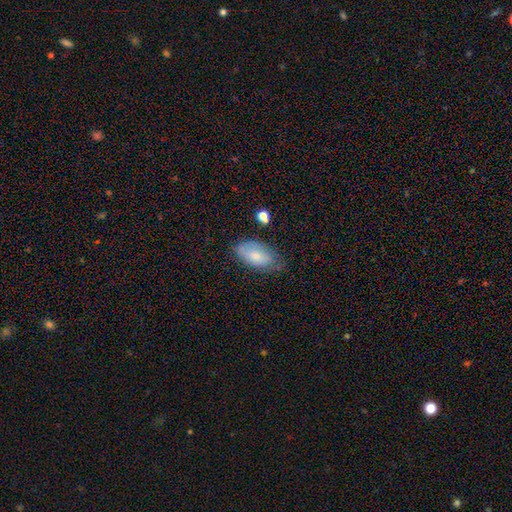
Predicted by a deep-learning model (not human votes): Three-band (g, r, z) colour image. It shows a smooth galaxy with no disk features (73%) that is in between round and cigar-shaped (93%). Merging: none (61%).